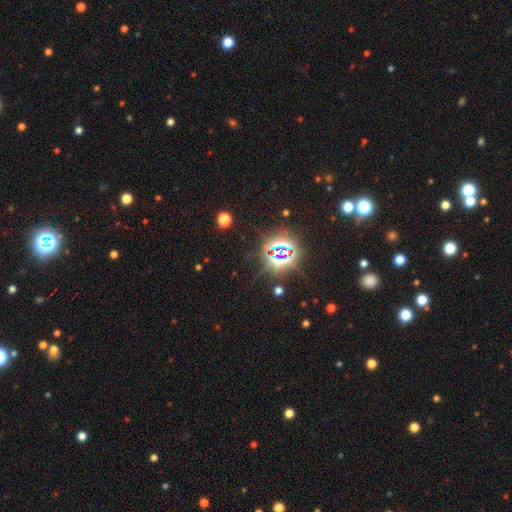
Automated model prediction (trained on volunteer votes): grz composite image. It shows a star or artifact, not a galaxy (84%).